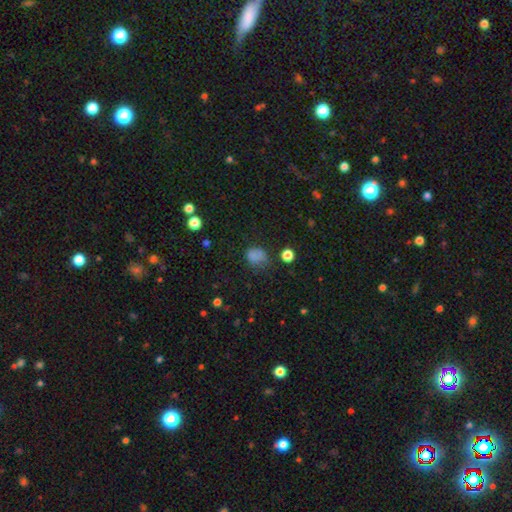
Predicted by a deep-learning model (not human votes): Q: Smooth or featured?
A: smooth (73%); runner-up: star or artifact (18%)
Q: How rounded?
A: in between (54%); runner-up: round (45%)
Q: Merging?
A: none (52%); runner-up: minor disturbance (28%)